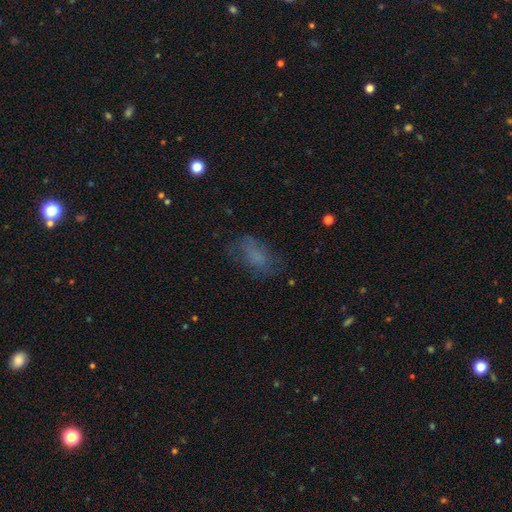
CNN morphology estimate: The model was most divided on "merging": none: 58%, minor disturbance: 23%, major disturbance: 18%, merger: 2%. More confident: how rounded — in between (87%); smooth or featured — smooth (62%).